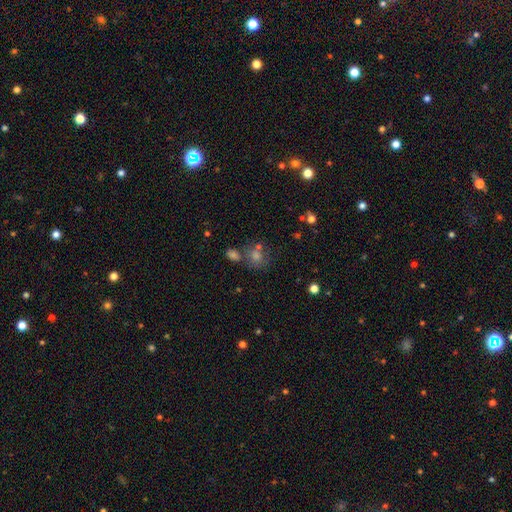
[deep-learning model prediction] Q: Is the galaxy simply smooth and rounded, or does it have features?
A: smooth — 51%.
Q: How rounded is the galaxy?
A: round — 76%.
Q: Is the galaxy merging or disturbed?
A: none — 61%.